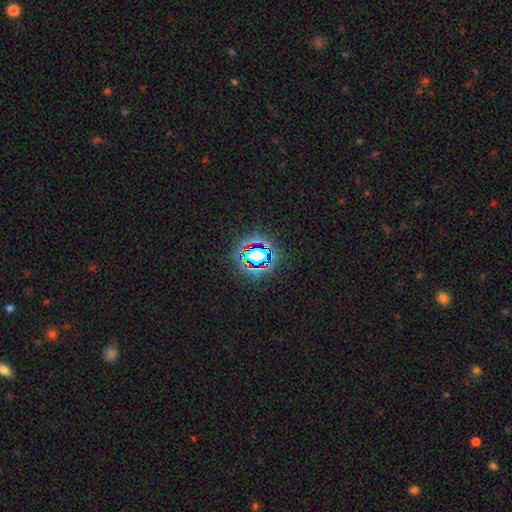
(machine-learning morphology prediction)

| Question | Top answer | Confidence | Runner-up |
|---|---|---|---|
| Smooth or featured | star or artifact | 68% | smooth (19%) |